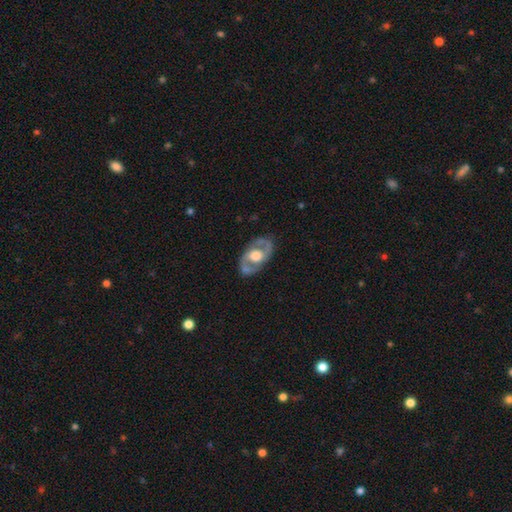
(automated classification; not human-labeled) smooth_or_featured: featured or disk (p=0.78) [alt: smooth p=0.18]
disk_edge_on: no (p=0.92) [alt: yes p=0.08]
bar: no (p=0.68) [alt: weak p=0.25]
has_spiral_arms: yes (p=0.68) [alt: no p=0.32]
bulge_size: large (p=0.49) [alt: moderate p=0.43]
merging: none (p=0.79) [alt: minor disturbance p=0.14]